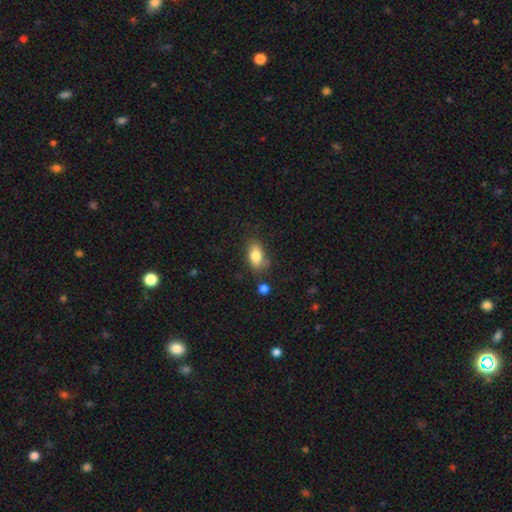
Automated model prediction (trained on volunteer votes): Smooth or featured? smooth (80%)
How rounded? in between (88%)
Merging? none (66%)